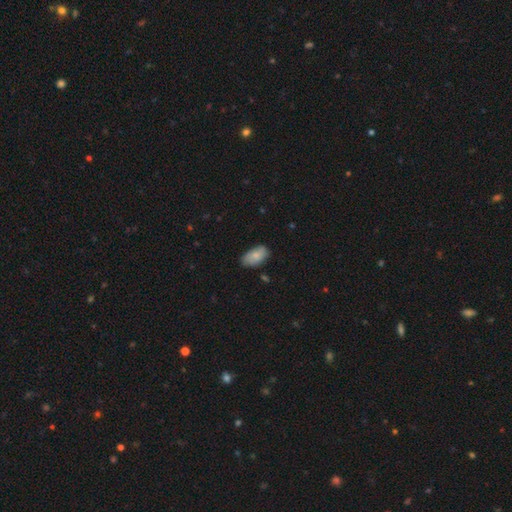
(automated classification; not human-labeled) Smooth or featured? Predicted: smooth (p=0.82). How rounded? Predicted: in between (p=0.94). Merging? Predicted: none (p=0.77).